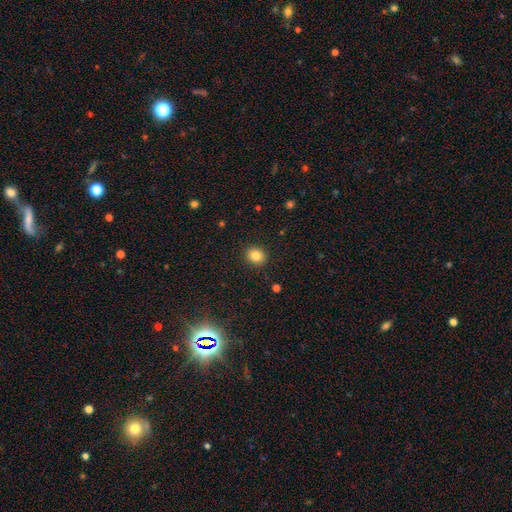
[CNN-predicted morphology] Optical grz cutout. It shows a smooth galaxy with no disk features (85%) that is round (63%). Merging: none (90%).